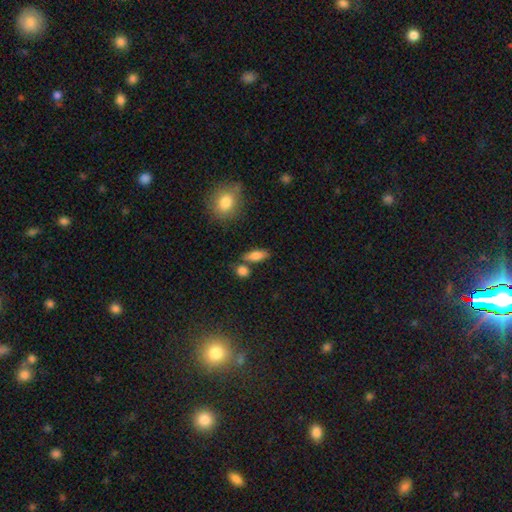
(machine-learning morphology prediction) smooth-or-featured: smooth: 77% | featured or disk: 15% | star or artifact: 8%
  how-rounded: in between: 70% | cigar-shaped: 24% | round: 7%
  merging: none: 70% | merger: 15% | minor disturbance: 12% | major disturbance: 3%